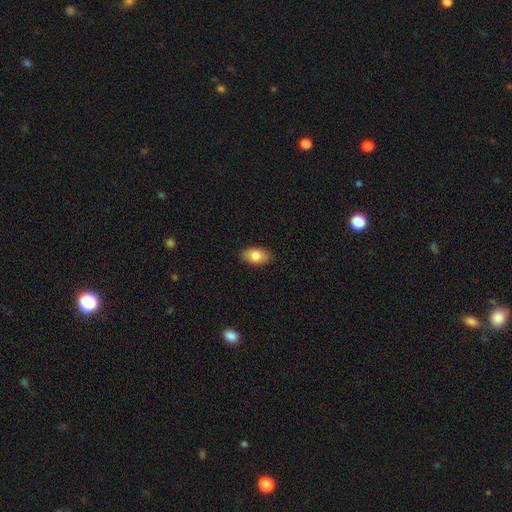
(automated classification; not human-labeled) Smooth or featured? smooth (82%)
How rounded? in between (91%)
Merging? none (88%)